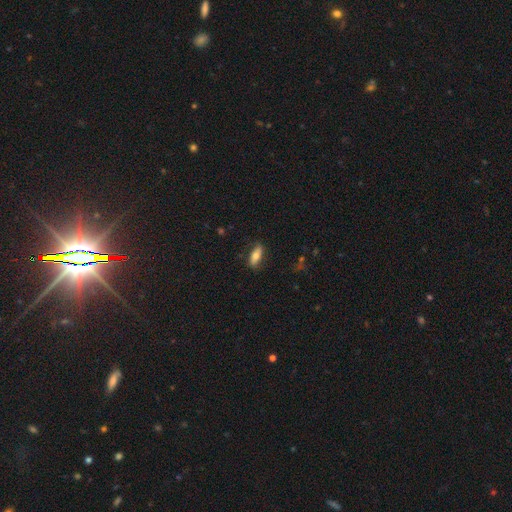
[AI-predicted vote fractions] Smooth or featured?
  - smooth: 69% *
  - featured or disk: 24%
  - star or artifact: 7%
How rounded?
  - in between: 71% *
  - cigar-shaped: 26%
  - round: 3%
Merging?
  - none: 80% *
  - minor disturbance: 15%
  - major disturbance: 4%
  - merger: 1%